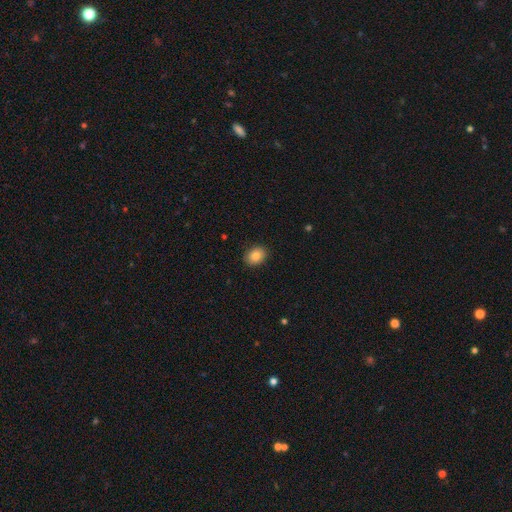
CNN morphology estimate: Smooth or featured? smooth (86%)
How rounded? in between (61%)
Merging? none (89%)